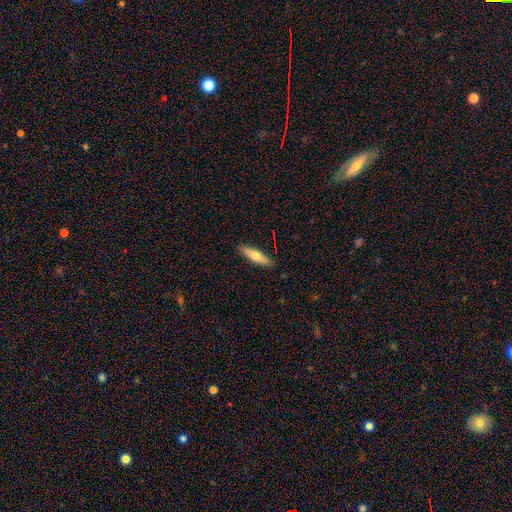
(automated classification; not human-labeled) Smooth or featured? Predicted: smooth (p=0.60). How rounded? Predicted: cigar-shaped (p=0.65). Merging? Predicted: none (p=0.89).